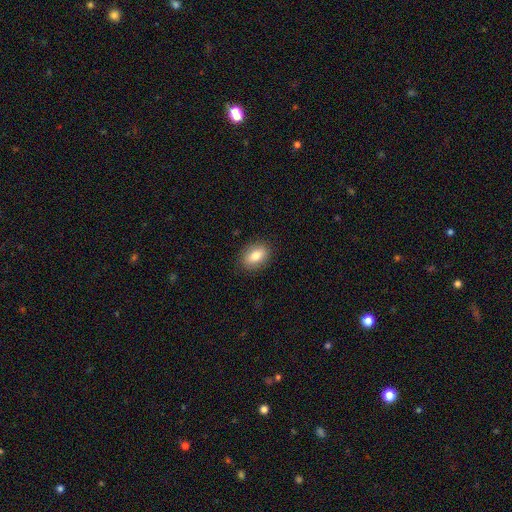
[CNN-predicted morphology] This is clearly a smooth galaxy (80%). How rounded: clearly in between (81%). Merging: clearly none (87%).